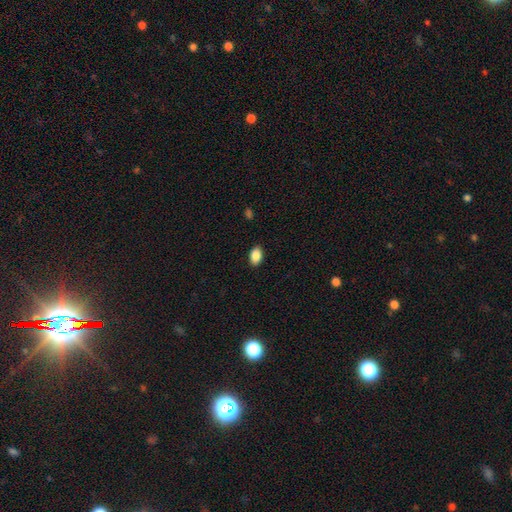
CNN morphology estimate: Q: Smooth or featured?
A: smooth (89%); runner-up: star or artifact (8%)
Q: How rounded?
A: in between (90%); runner-up: round (9%)
Q: Merging?
A: none (88%); runner-up: minor disturbance (9%)